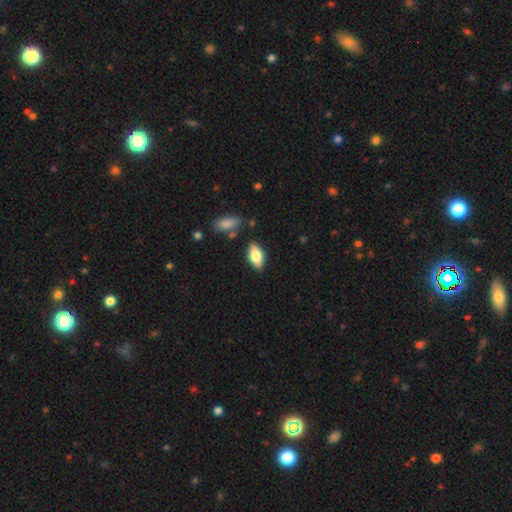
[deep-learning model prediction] A smooth galaxy with no disk features (71%) that is in between round and cigar-shaped (86%).

Vote fractions:
- Smooth or featured? smooth: 71% / featured or disk: 22% / star or artifact: 7%
- How rounded? in between: 86% / cigar-shaped: 11% / round: 3%
- Merging? none: 82% / minor disturbance: 12% / merger: 4% / major disturbance: 3%